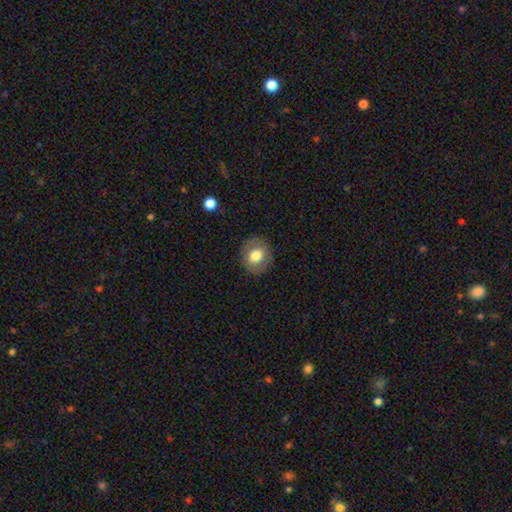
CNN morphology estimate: smooth 70%, featured or disk 22%, star or artifact 8%. Down the decision tree: how rounded — round (66%); merging — none (85%).